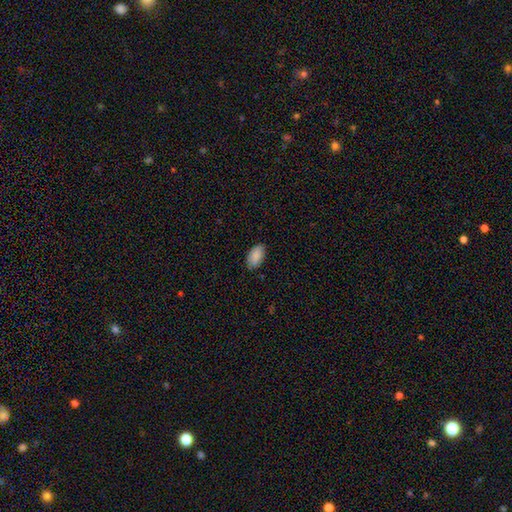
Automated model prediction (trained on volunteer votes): The model was most divided on "merging": none: 83%, minor disturbance: 13%, major disturbance: 2%, merger: 1%. More confident: how rounded — in between (95%); smooth or featured — smooth (88%).